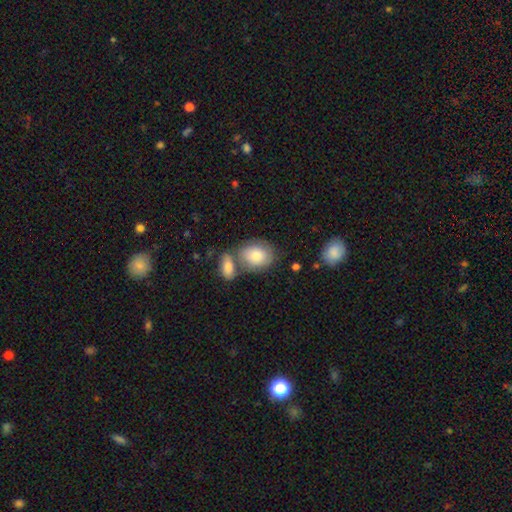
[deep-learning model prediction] Q: Smooth or featured?
A: smooth (75%); runner-up: featured or disk (19%)
Q: How rounded?
A: in between (61%); runner-up: round (37%)
Q: Merging?
A: none (48%); runner-up: merger (30%)